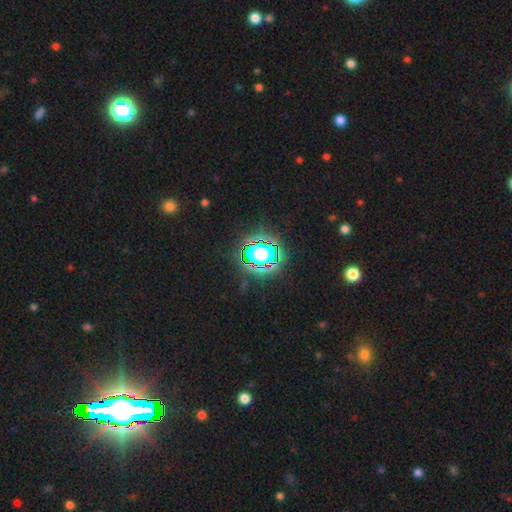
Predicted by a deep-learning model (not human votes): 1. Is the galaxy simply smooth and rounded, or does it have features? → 83% star or artifact, 10% smooth, 7% featured or disk.